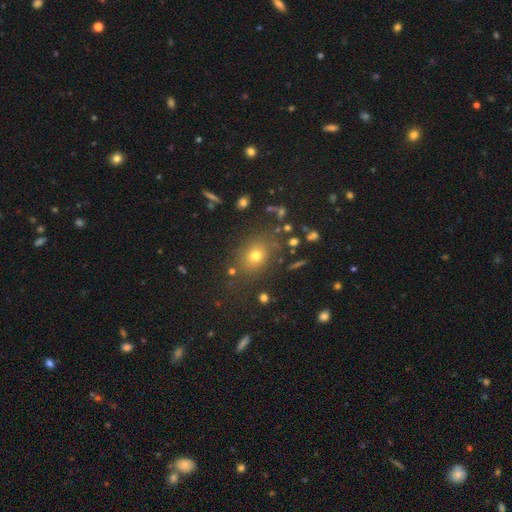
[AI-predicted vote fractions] Smooth or featured?
  - smooth: 68% *
  - star or artifact: 20%
  - featured or disk: 12%
How rounded?
  - round: 53% *
  - in between: 46%
  - cigar-shaped: 1%
Merging?
  - none: 80% *
  - minor disturbance: 11%
  - major disturbance: 5%
  - merger: 4%